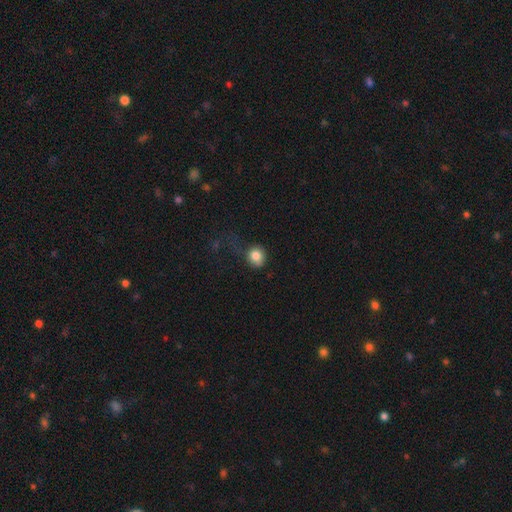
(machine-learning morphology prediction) Smooth or featured? Predicted: smooth (p=0.82). How rounded? Predicted: round (p=0.75). Merging? Predicted: none (p=0.54).